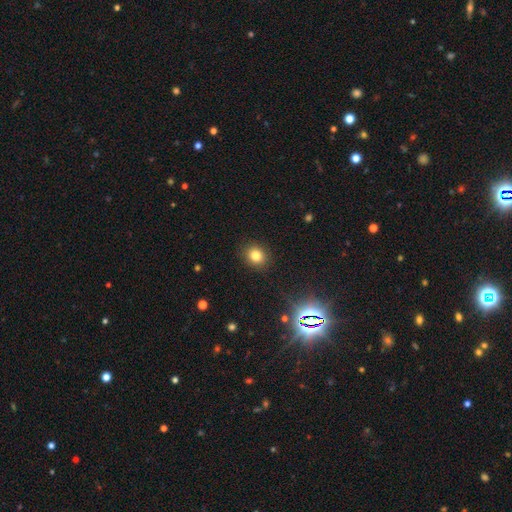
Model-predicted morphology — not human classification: Overall: smooth (80%). How rounded: round (67%; in between 32%). Merging: none (89%).